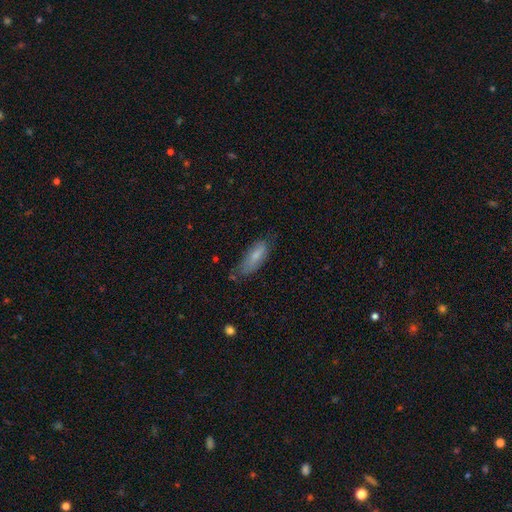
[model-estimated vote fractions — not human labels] A smooth galaxy with no disk features (73%) that is in between round and cigar-shaped (57%). Merging: none (62%).